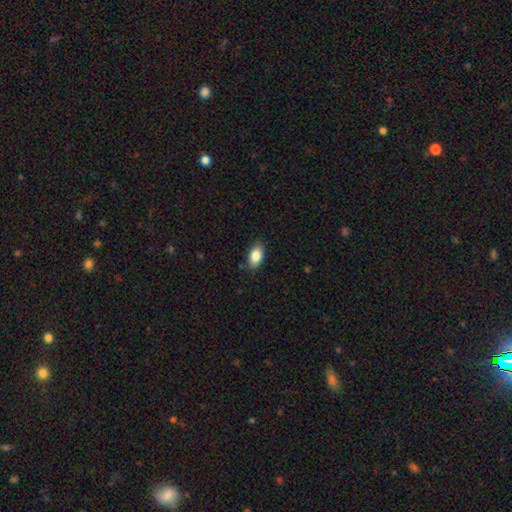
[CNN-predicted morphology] Smooth or featured: smooth — 86% (star or artifact — 7%)
How rounded: in between — 92% (round — 6%)
Merging: none — 86% (minor disturbance — 11%)